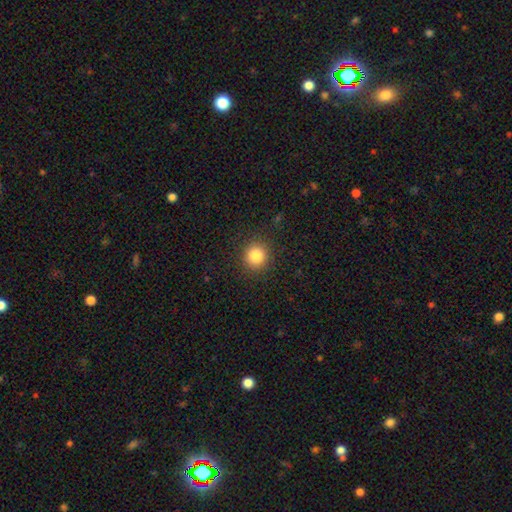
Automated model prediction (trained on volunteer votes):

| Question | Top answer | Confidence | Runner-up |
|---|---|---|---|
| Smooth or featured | smooth | 84% | star or artifact (11%) |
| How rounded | round | 92% | in between (7%) |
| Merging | none | 91% | minor disturbance (6%) |